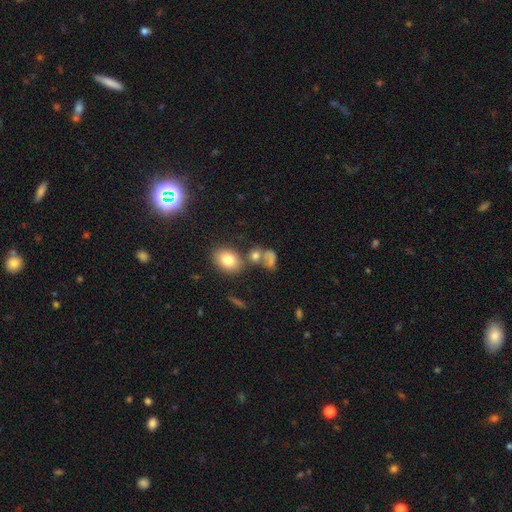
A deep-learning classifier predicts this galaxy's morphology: The model was most divided on "how rounded": in between: 53%, round: 43%, cigar-shaped: 4%. Remaining: smooth or featured — smooth (60%); merging — none (47%).